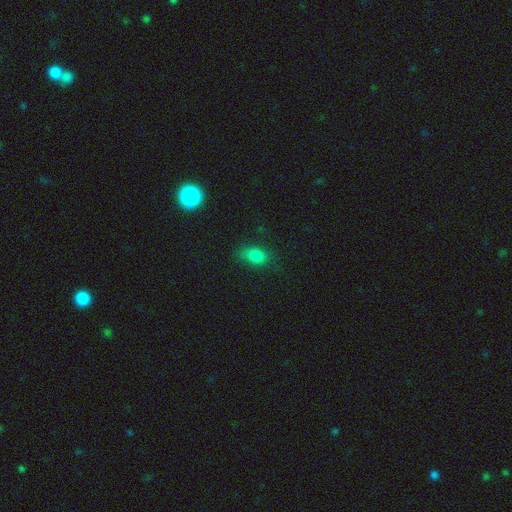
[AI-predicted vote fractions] This appears to be a smooth galaxy with no disk features (80%) that is in between round and cigar-shaped (79%). Merging: none (74%).